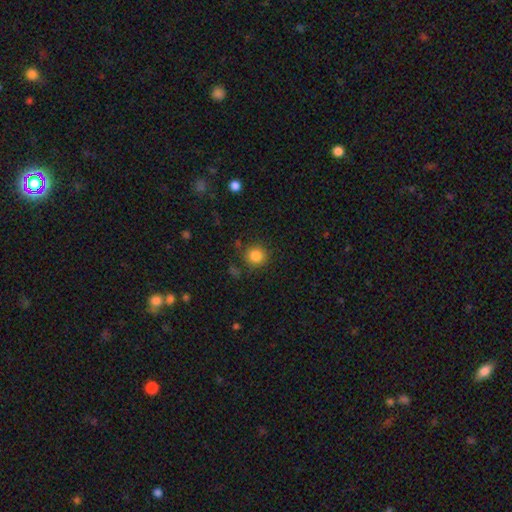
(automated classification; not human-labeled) This appears to be a smooth galaxy with no disk features (85%) that is round (92%). Merging: none (82%).